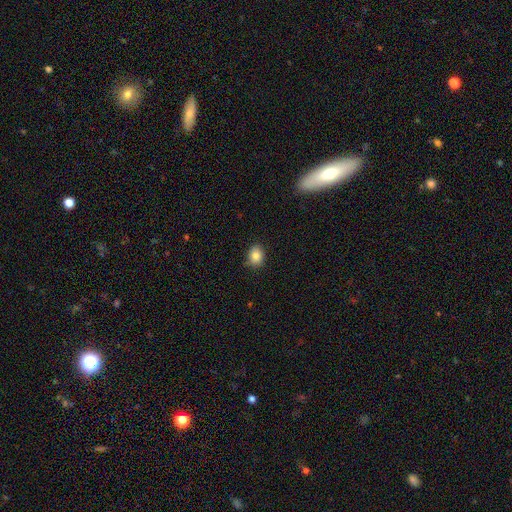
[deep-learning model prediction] The model was most divided on "how rounded": round: 51%, in between: 48%, cigar-shaped: 1%. More confident: smooth or featured — smooth (83%); merging — none (82%).